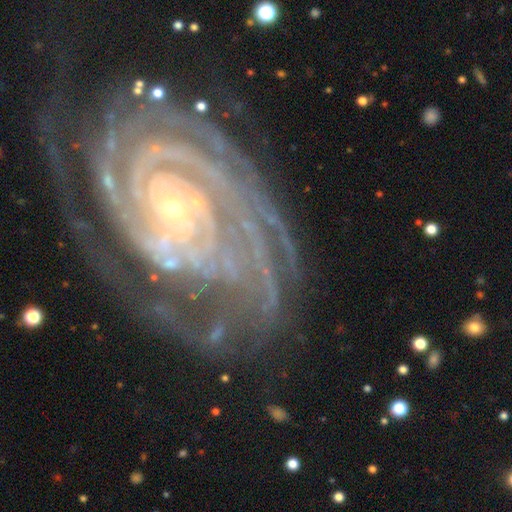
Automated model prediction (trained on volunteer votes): This appears to be a featured or disk galaxy (91%) with no bar (71%), 2 (23%) tight (80%) spiral arms (98%) and a small central bulge (85%). Merging: none (63%).